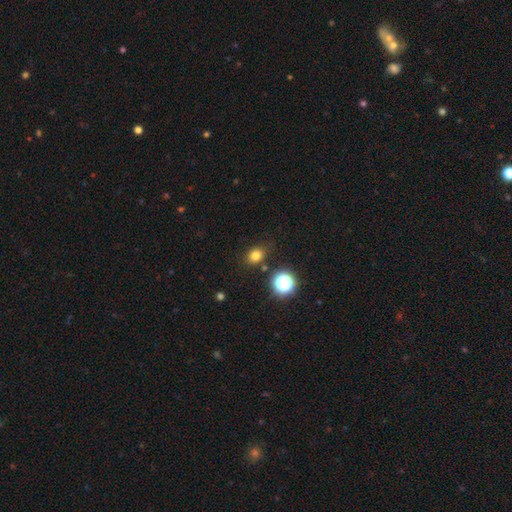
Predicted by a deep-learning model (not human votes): A smooth galaxy with no disk features (77%) that is round (58%).

Vote fractions:
- Smooth or featured? smooth: 77% / star or artifact: 17% / featured or disk: 6%
- How rounded? round: 58% / in between: 41% / cigar-shaped: 1%
- Merging? none: 79% / minor disturbance: 14% / merger: 4% / major disturbance: 4%